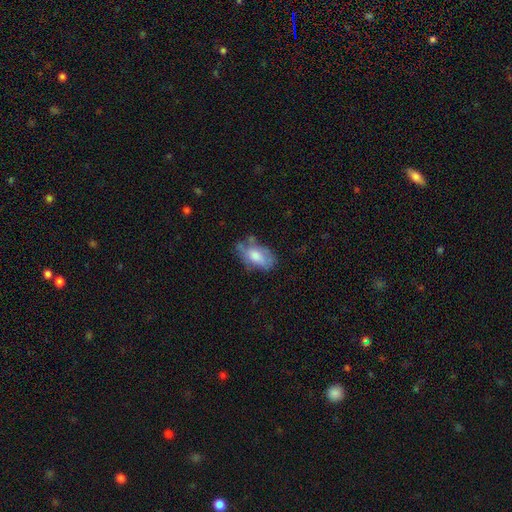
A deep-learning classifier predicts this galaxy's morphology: smooth_or_featured: smooth (p=0.65) [alt: featured or disk p=0.28]
how_rounded: in between (p=0.91) [alt: round p=0.06]
merging: none (p=0.50) [alt: minor disturbance p=0.33]